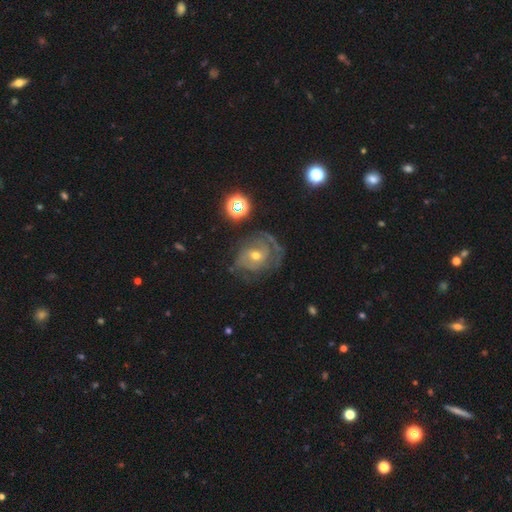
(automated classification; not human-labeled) A featured or disk galaxy (72%) with no bar (66%), tight (51%) spiral arms (81%) and a moderate central bulge (54%). Merging: none (50%).